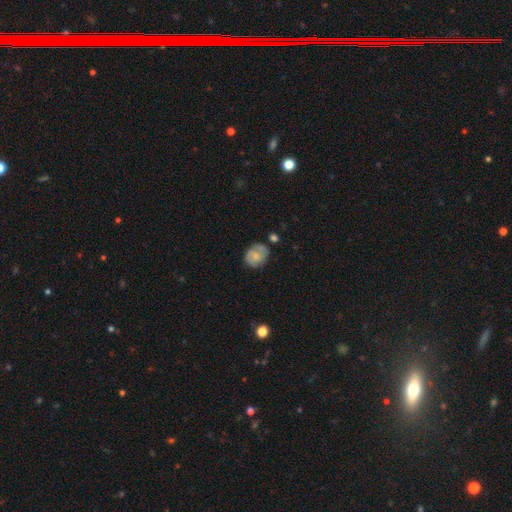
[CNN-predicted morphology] Smooth or featured? Predicted: smooth (p=0.62). How rounded? Predicted: round (p=0.60). Merging? Predicted: none (p=0.60).